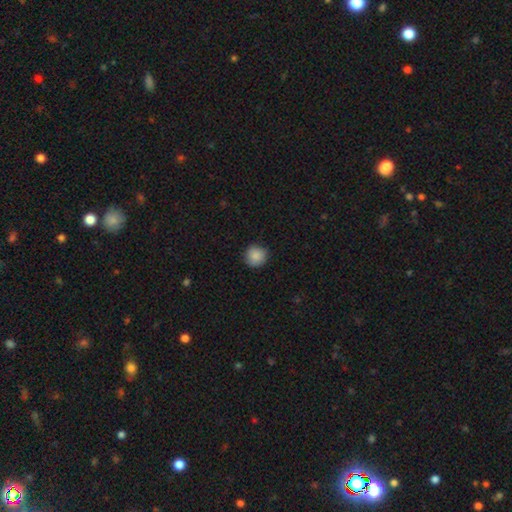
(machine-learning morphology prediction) Smooth or featured?
  - smooth: 87% *
  - star or artifact: 8%
  - featured or disk: 4%
How rounded?
  - round: 93% *
  - in between: 6%
  - cigar-shaped: 1%
Merging?
  - none: 88% *
  - minor disturbance: 9%
  - major disturbance: 2%
  - merger: 1%